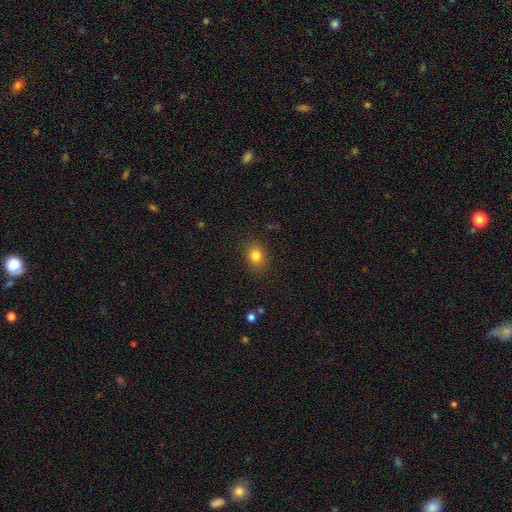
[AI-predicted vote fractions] Q: Smooth or featured?
A: smooth (82%); runner-up: star or artifact (11%)
Q: How rounded?
A: round (52%); runner-up: in between (47%)
Q: Merging?
A: none (88%); runner-up: minor disturbance (9%)